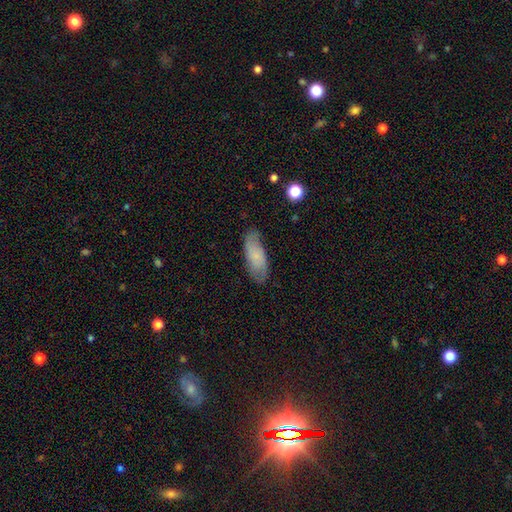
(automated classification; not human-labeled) Smooth or featured?
  - smooth: 64% *
  - featured or disk: 29%
  - star or artifact: 7%
How rounded?
  - in between: 75% *
  - cigar-shaped: 23%
  - round: 2%
Merging?
  - none: 74% *
  - minor disturbance: 20%
  - major disturbance: 5%
  - merger: 1%